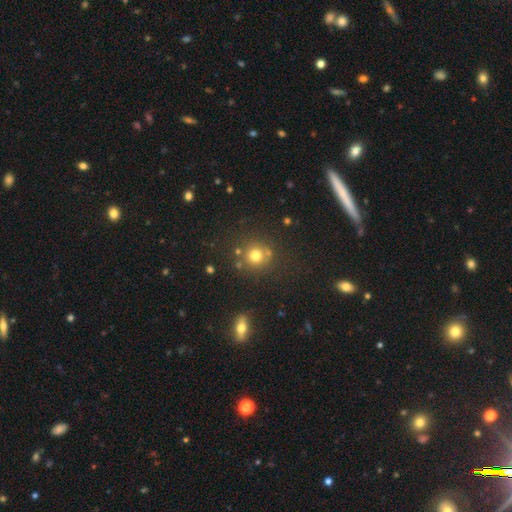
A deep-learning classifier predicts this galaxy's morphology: smooth_or_featured: smooth (p=0.74) [alt: star or artifact p=0.17]
how_rounded: round (p=0.92) [alt: in between p=0.07]
merging: none (p=0.78) [alt: minor disturbance p=0.10]